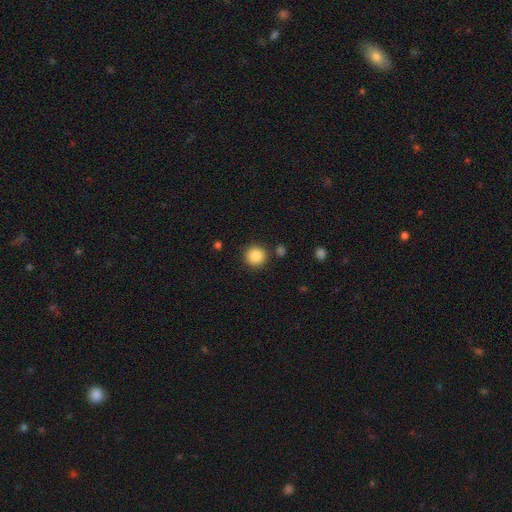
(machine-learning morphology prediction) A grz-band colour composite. It shows a smooth galaxy with no disk features (86%) that is round (95%). Merging: none (88%).